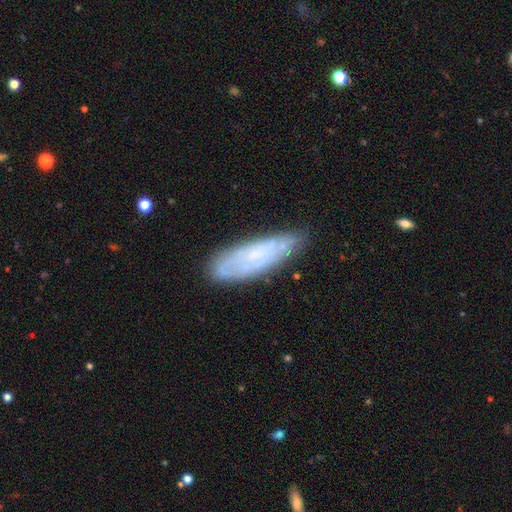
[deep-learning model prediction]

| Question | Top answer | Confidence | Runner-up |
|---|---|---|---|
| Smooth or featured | featured or disk | 48% | smooth (44%) |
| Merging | none | 74% | minor disturbance (20%) |